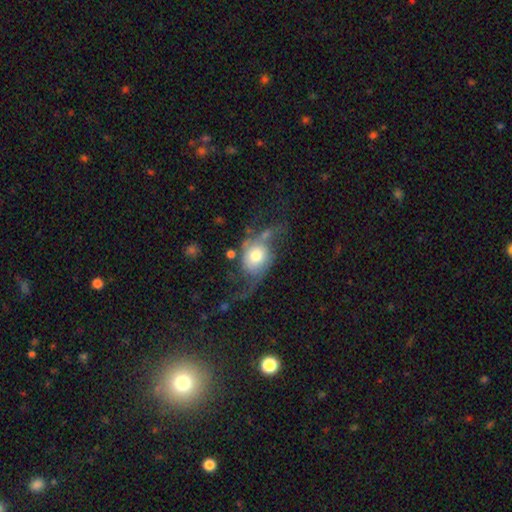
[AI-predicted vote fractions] Smooth or featured? Predicted: featured or disk (p=0.58). Edge-on disk? Predicted: no (p=0.94). Bar? Predicted: no (p=0.75). Spiral arms? Predicted: yes (p=0.78). Bulge size? Predicted: moderate (p=0.55). Merging? Predicted: major disturbance (p=0.43).